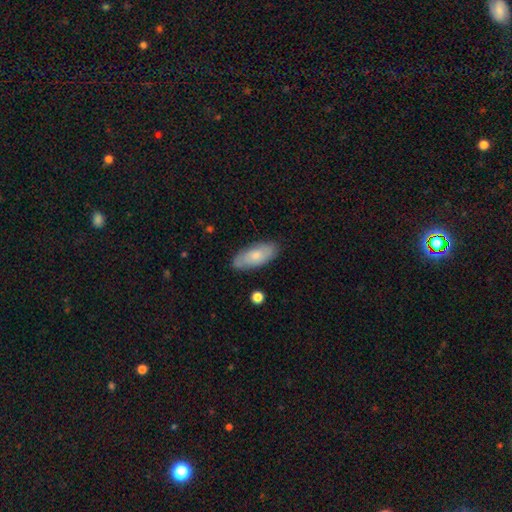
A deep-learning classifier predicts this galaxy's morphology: The model was most divided on "smooth or featured": smooth: 70%, featured or disk: 25%, star or artifact: 6%. More confident: how rounded — in between (85%); merging — none (82%).